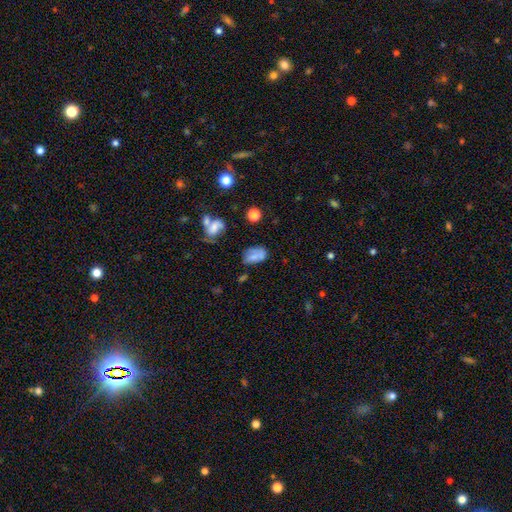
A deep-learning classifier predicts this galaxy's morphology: This appears to be a smooth galaxy with no disk features (65%) that is in between round and cigar-shaped (87%). Merging: none (49%).